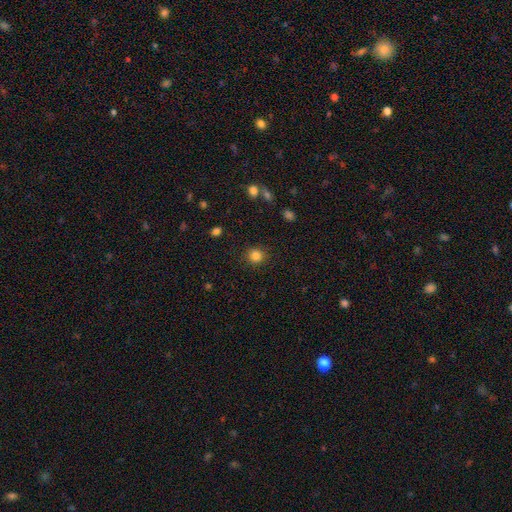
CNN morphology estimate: Smooth or featured? smooth (84%)
How rounded? round (89%)
Merging? none (89%)